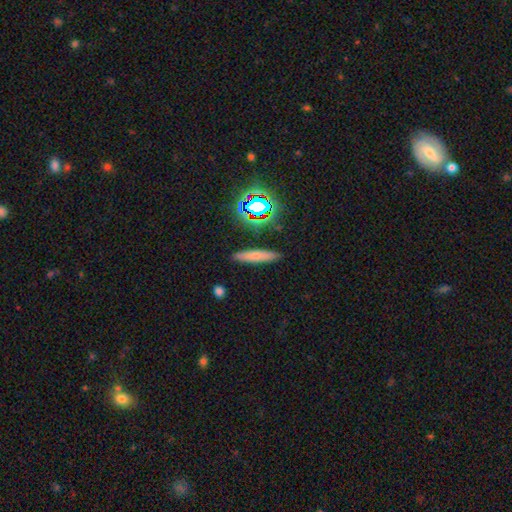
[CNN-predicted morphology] smooth_or_featured: smooth (p=0.66) [alt: featured or disk p=0.19]
how_rounded: cigar-shaped (p=0.86) [alt: in between p=0.11]
merging: none (p=0.88) [alt: minor disturbance p=0.08]